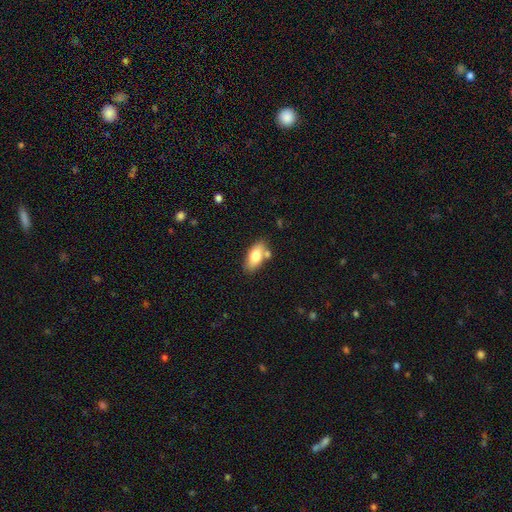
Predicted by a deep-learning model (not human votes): smooth_or_featured: smooth (p=0.75) [alt: featured or disk p=0.18]
how_rounded: in between (p=0.87) [alt: cigar-shaped p=0.09]
merging: none (p=0.71) [alt: minor disturbance p=0.14]